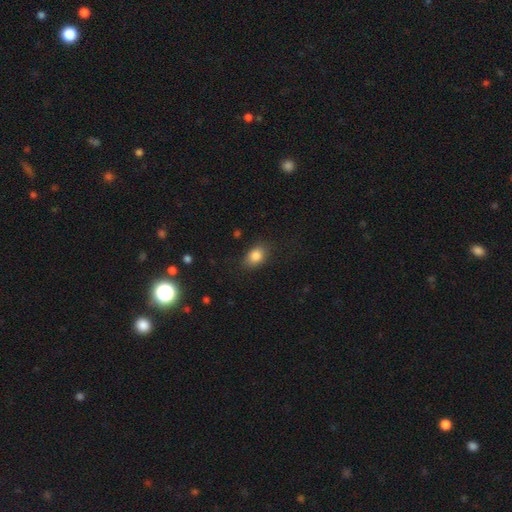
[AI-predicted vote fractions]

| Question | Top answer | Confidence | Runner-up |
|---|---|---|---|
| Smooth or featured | smooth | 84% | star or artifact (9%) |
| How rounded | in between | 76% | round (22%) |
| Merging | none | 80% | minor disturbance (14%) |